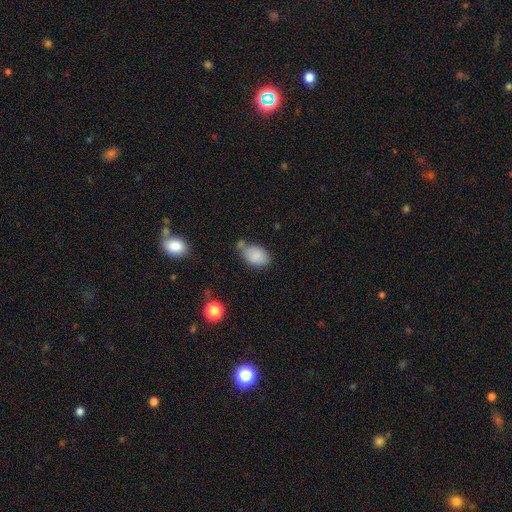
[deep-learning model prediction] Smooth or featured? smooth (85%)
How rounded? in between (89%)
Merging? none (58%)